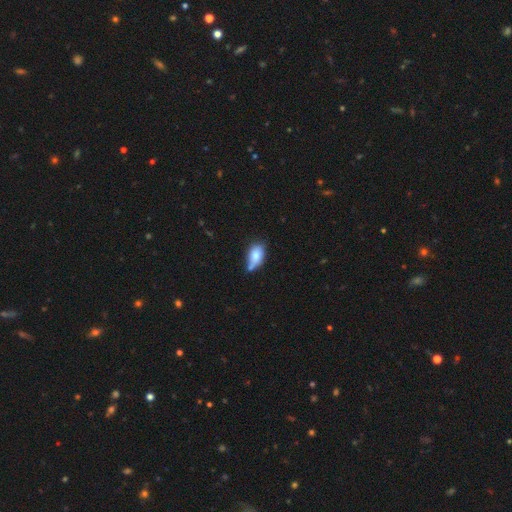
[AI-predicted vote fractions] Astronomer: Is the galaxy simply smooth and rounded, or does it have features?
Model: smooth — 75%.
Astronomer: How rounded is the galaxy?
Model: in between — 87%.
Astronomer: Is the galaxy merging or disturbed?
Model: none — 40% (runner-up: minor disturbance, 31%).